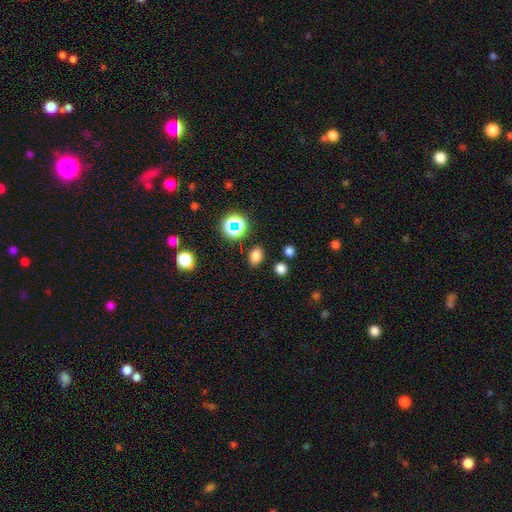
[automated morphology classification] Smooth or featured? smooth (77%)
How rounded? in between (72%)
Merging? none (84%)